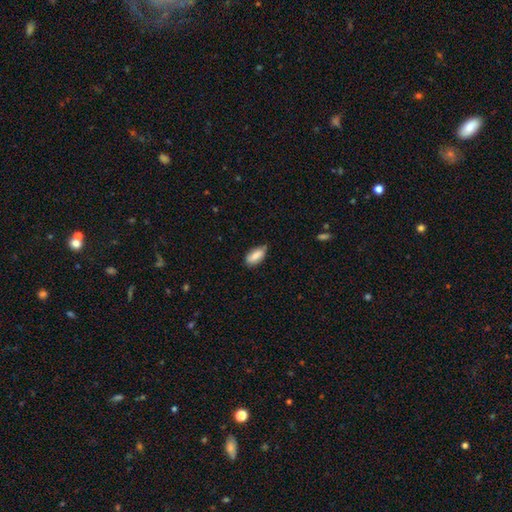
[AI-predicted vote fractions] This is clearly a smooth galaxy (82%). How rounded: clearly in between (89%). Merging: likely none (66%).